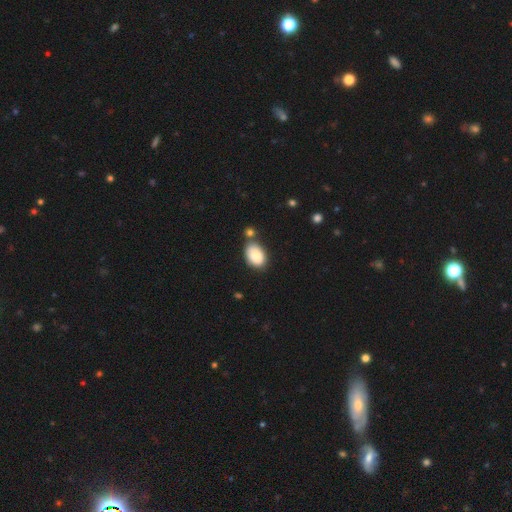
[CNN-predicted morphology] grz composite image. It shows a smooth galaxy with no disk features (84%) that is in between round and cigar-shaped (88%). Merging: none (65%).